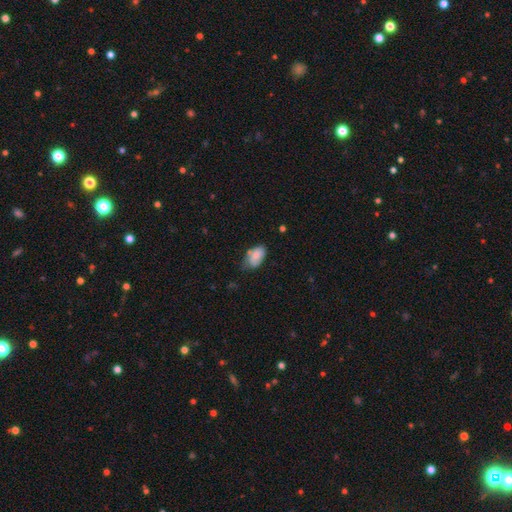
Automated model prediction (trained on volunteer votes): A smooth galaxy with no disk features (73%) that is in between round and cigar-shaped (92%). Merging: none (47%).